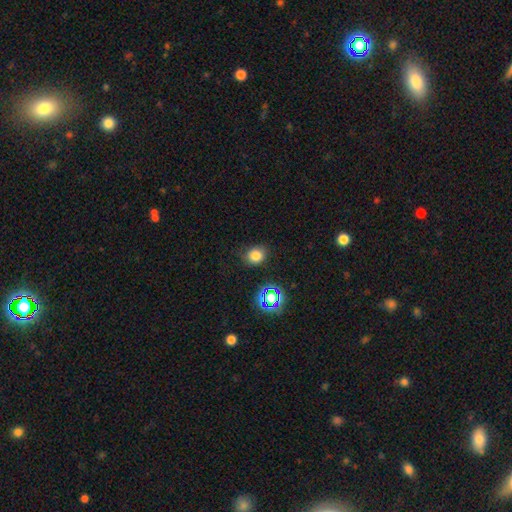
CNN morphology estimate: Smooth or featured? smooth (77%)
How rounded? round (68%)
Merging? none (80%)